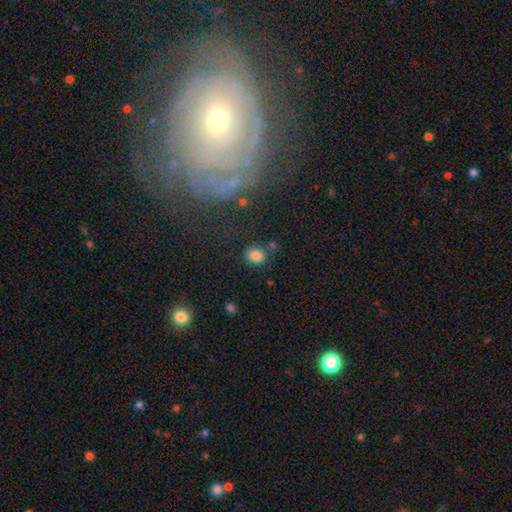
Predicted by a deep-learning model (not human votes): Overall: smooth (82%). How rounded: round (62%; in between 37%). Merging: none (76%).